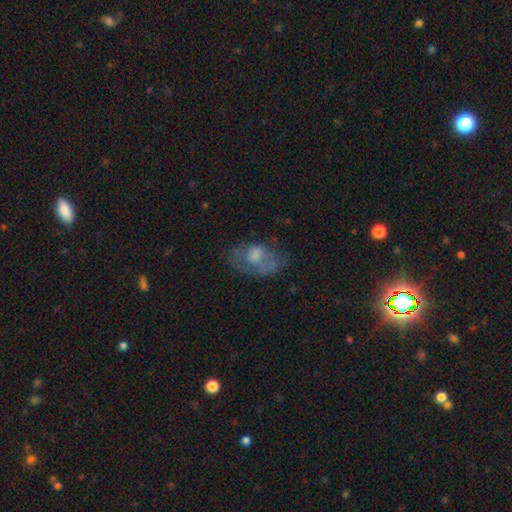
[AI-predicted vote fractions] Overall: smooth (45%; featured or disk 43%). Merging: none (52%; minor disturbance 25%).